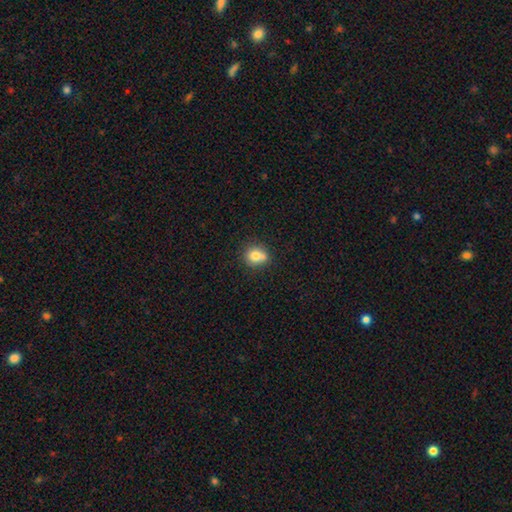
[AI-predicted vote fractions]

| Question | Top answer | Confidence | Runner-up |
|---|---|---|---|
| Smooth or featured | smooth | 77% | featured or disk (12%) |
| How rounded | round | 72% | in between (27%) |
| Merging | none | 56% | merger (21%) |